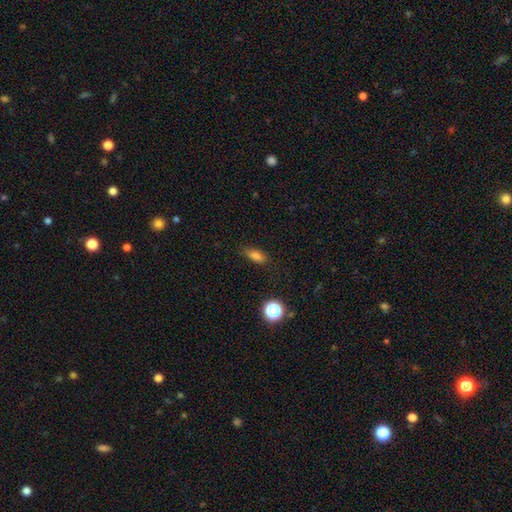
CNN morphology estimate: smooth 78%, star or artifact 13%, featured or disk 9%. Down the decision tree: how rounded — in between (74%); merging — none (80%).